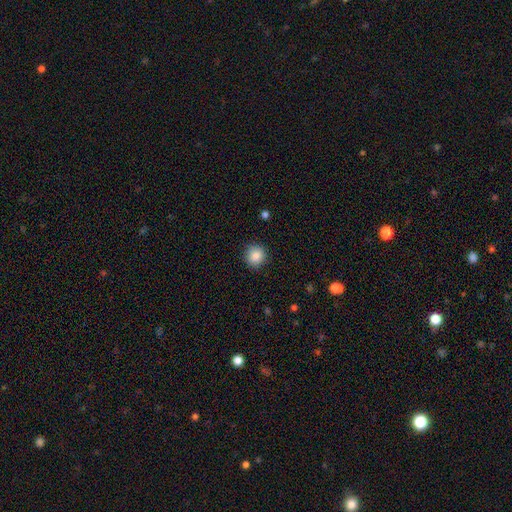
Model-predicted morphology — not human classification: Q: Smooth or featured?
A: smooth (87%); runner-up: star or artifact (9%)
Q: How rounded?
A: round (92%); runner-up: in between (7%)
Q: Merging?
A: none (89%); runner-up: minor disturbance (8%)